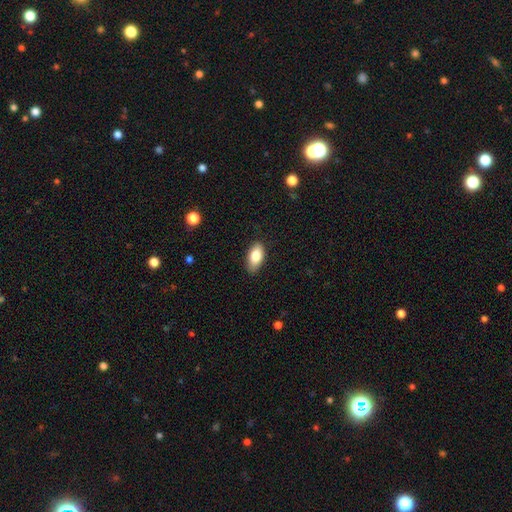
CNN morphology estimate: The model was most divided on "smooth or featured": smooth: 82%, featured or disk: 11%, star or artifact: 7%. More confident: how rounded — in between (91%); merging — none (84%).